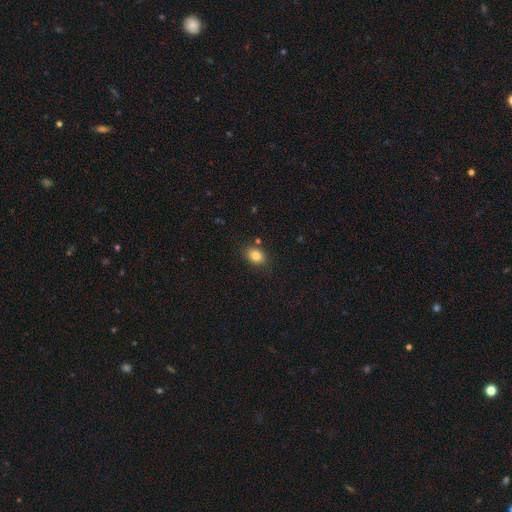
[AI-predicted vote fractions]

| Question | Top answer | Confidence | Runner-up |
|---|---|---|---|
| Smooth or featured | smooth | 83% | star or artifact (10%) |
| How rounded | in between | 65% | round (34%) |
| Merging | none | 81% | minor disturbance (12%) |